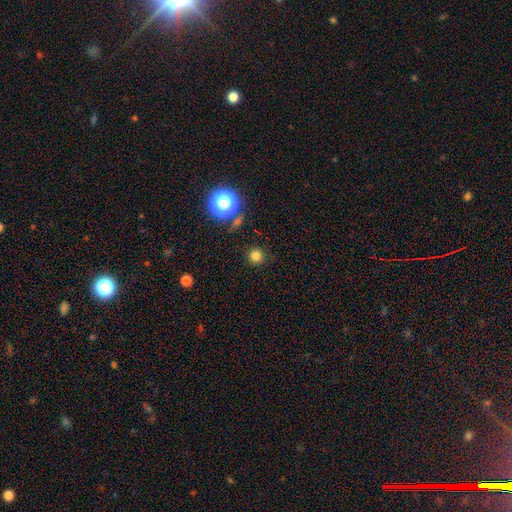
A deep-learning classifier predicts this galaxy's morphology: Overall: smooth (78%). How rounded: round (94%). Merging: none (88%).